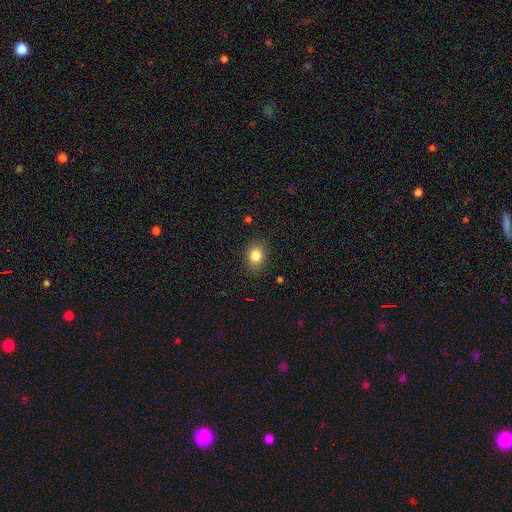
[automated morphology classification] Smooth or featured: smooth — 83% (star or artifact — 10%)
How rounded: in between — 51% (round — 47%)
Merging: none — 84% (minor disturbance — 12%)